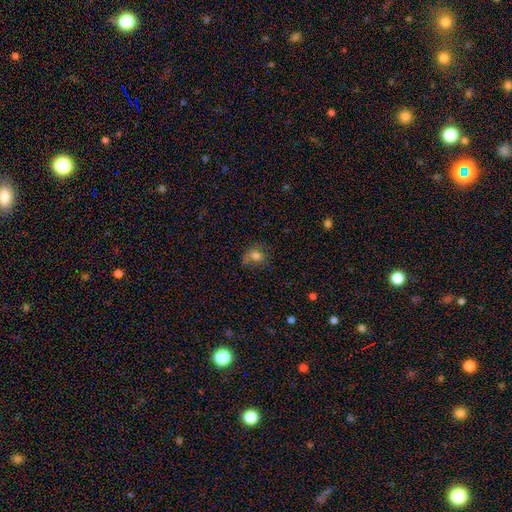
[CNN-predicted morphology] Q: Smooth or featured?
A: smooth (75%); runner-up: featured or disk (13%)
Q: How rounded?
A: round (58%); runner-up: in between (41%)
Q: Merging?
A: none (54%); runner-up: minor disturbance (28%)